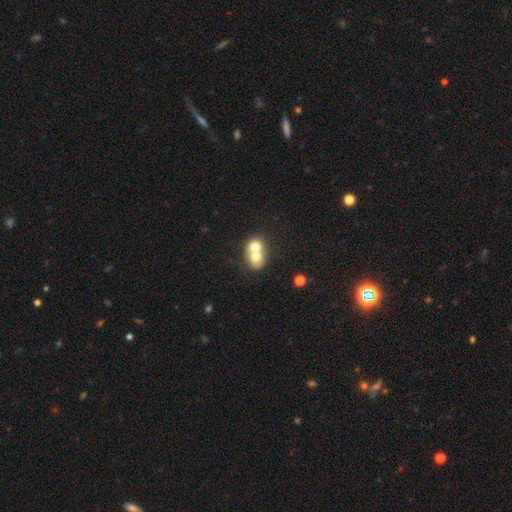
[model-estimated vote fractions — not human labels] Smooth or featured? Predicted: smooth (p=0.66). How rounded? Predicted: round (p=0.57). Merging? Predicted: merger (p=0.74).